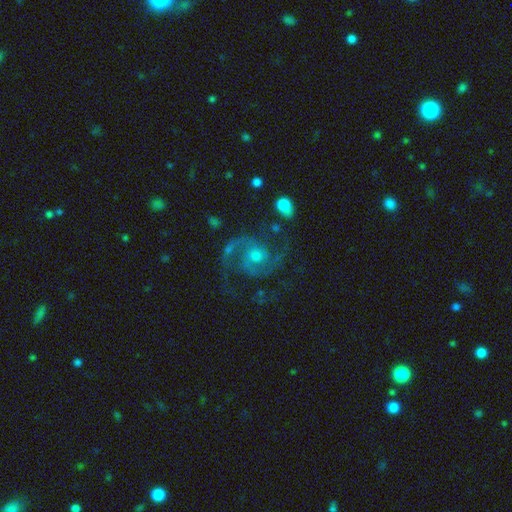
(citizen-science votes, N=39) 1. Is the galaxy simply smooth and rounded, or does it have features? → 97% featured or disk, 3% star or artifact, 0% smooth.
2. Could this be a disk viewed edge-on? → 100% no, 0% yes.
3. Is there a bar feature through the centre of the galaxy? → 82% no, 11% weak, 8% strong.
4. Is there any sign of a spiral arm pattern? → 97% yes, 3% no.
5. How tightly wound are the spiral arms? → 73% medium, 22% tight, 5% loose.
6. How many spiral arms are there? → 97% 2, 3% can't tell, 0% 1, 0% 3, 0% 4, 0% more than 4.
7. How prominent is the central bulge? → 71% moderate, 24% small, 3% dominant, 3% large, 0% none.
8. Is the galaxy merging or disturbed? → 55% none, 21% minor disturbance, 18% major disturbance, 5% merger.